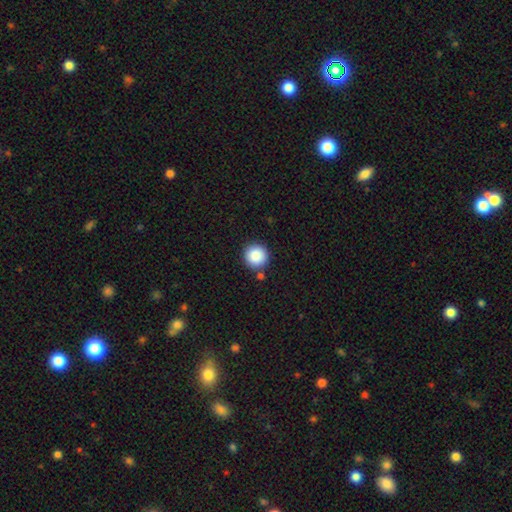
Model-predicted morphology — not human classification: Q: Smooth or featured?
A: smooth (86%); runner-up: star or artifact (9%)
Q: How rounded?
A: round (95%); runner-up: in between (4%)
Q: Merging?
A: none (85%); runner-up: minor disturbance (7%)